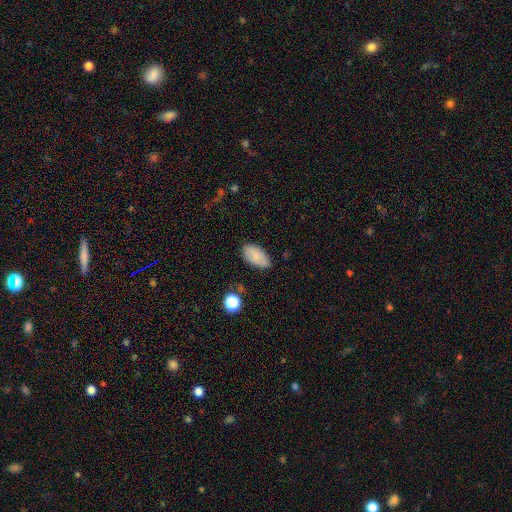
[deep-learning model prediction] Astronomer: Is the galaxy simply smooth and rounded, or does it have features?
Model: smooth — 81%.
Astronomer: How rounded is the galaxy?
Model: in between — 94%.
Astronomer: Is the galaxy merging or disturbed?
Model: none — 77%.